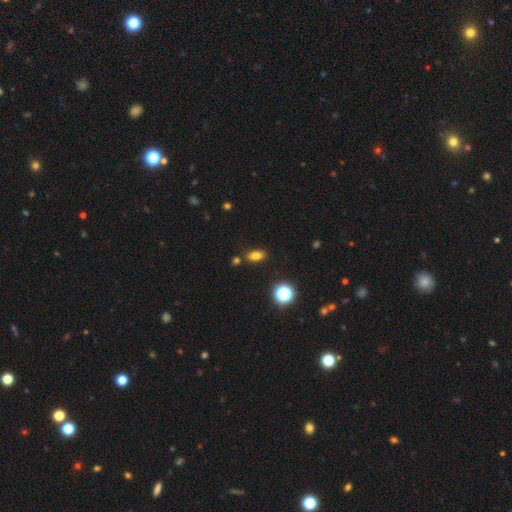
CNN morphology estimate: This appears to be a smooth galaxy with no disk features (78%) that is in between round and cigar-shaped (82%). Merging: none (81%).